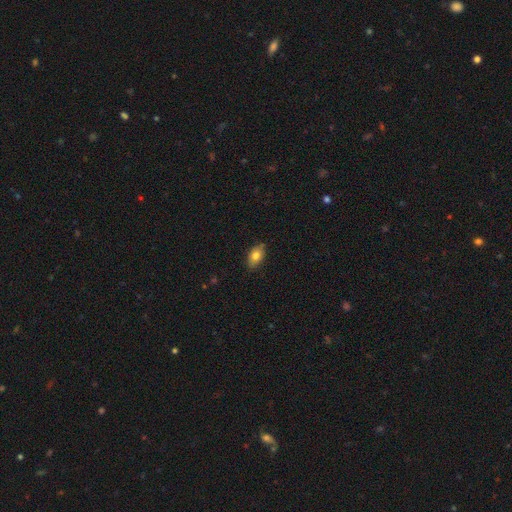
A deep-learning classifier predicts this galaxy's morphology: This is likely a smooth galaxy (78%). How rounded: clearly in between (89%). Merging: clearly none (84%).